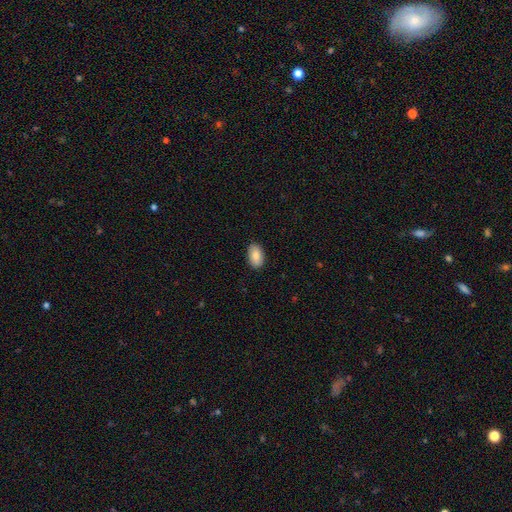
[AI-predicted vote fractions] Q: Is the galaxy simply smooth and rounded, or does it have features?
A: smooth — 83%.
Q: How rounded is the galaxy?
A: in between — 92%.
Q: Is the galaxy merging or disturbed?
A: none — 88%.